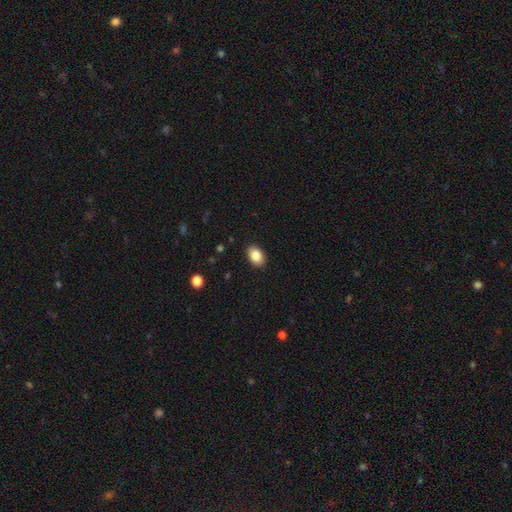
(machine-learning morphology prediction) smooth 85%, star or artifact 8%, featured or disk 7%. Down the decision tree: how rounded — in between (85%); merging — none (89%).